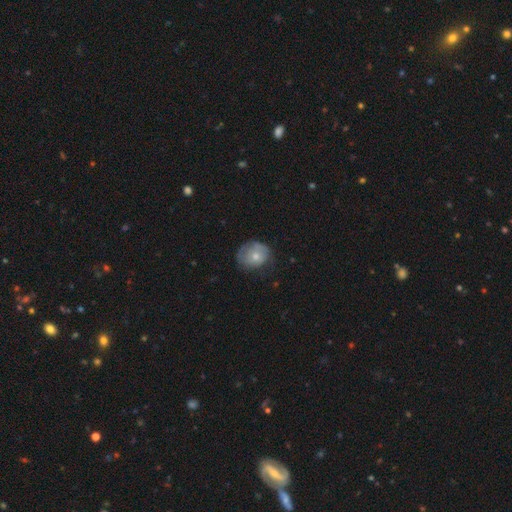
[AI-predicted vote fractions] The model was most divided on "how rounded": round: 57%, in between: 42%, cigar-shaped: 1%. Remaining: smooth or featured — smooth (63%); merging — none (50%).